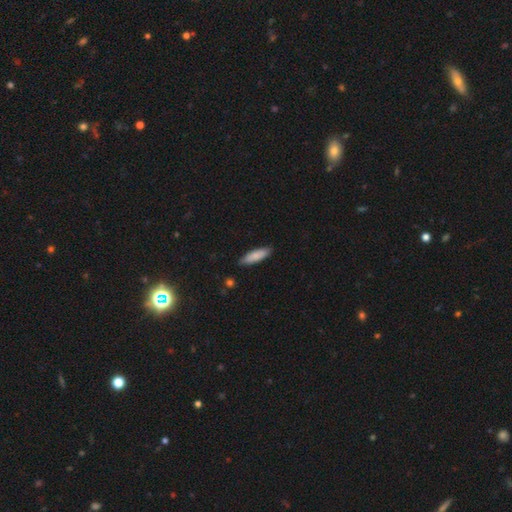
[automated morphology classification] Overall: smooth (83%). How rounded: cigar-shaped (56%; in between 42%). Merging: none (86%).